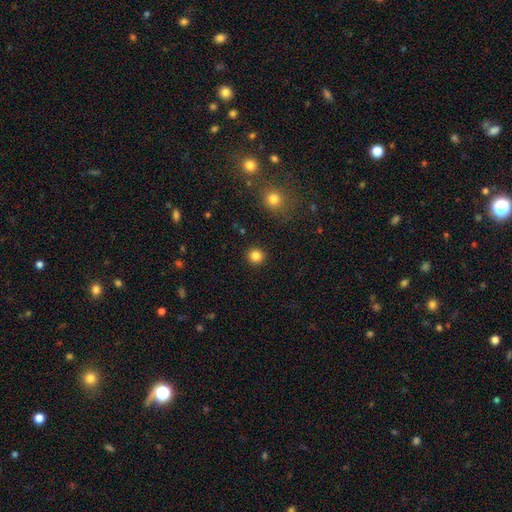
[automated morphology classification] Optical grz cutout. It shows a smooth galaxy with no disk features (84%) that is round (93%). Merging: none (92%).